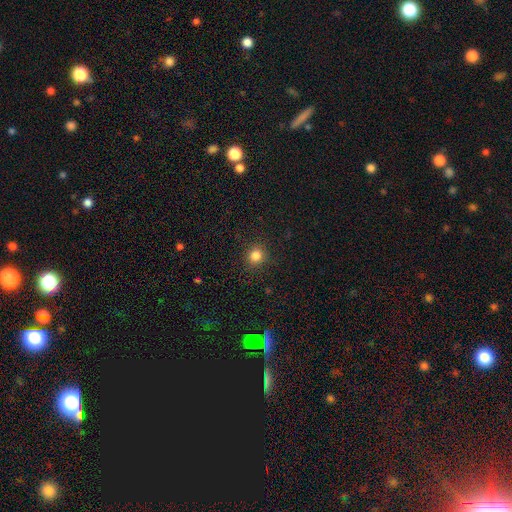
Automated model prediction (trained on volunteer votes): Smooth or featured? Predicted: smooth (p=0.83). How rounded? Predicted: round (p=0.88). Merging? Predicted: none (p=0.90).